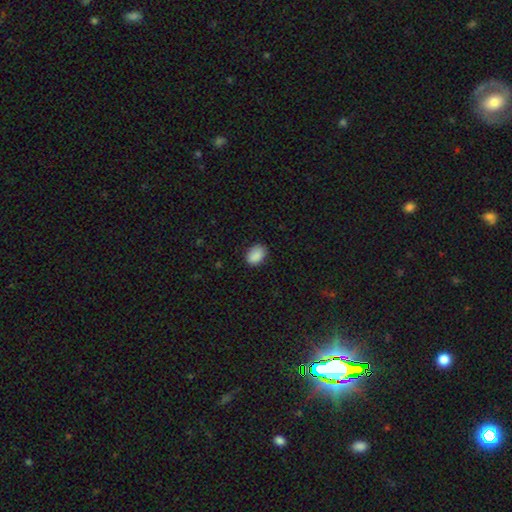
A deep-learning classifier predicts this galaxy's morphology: A smooth galaxy with no disk features (89%) that is in between round and cigar-shaped (77%).

Vote fractions:
- Smooth or featured? smooth: 89% / star or artifact: 8% / featured or disk: 3%
- How rounded? in between: 77% / round: 22% / cigar-shaped: 1%
- Merging? none: 81% / minor disturbance: 15% / major disturbance: 3% / merger: 1%